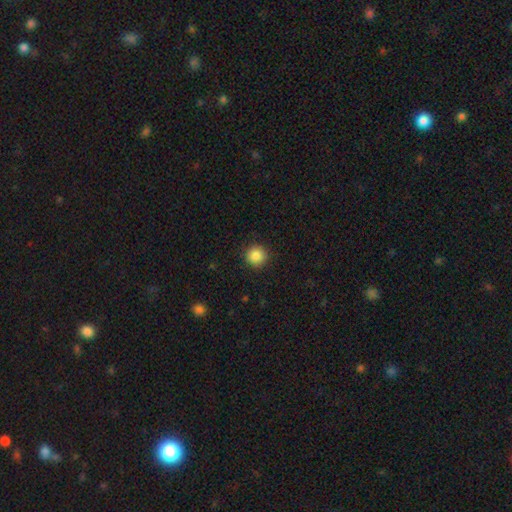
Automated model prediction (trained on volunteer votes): Smooth or featured? smooth (87%)
How rounded? round (94%)
Merging? none (91%)